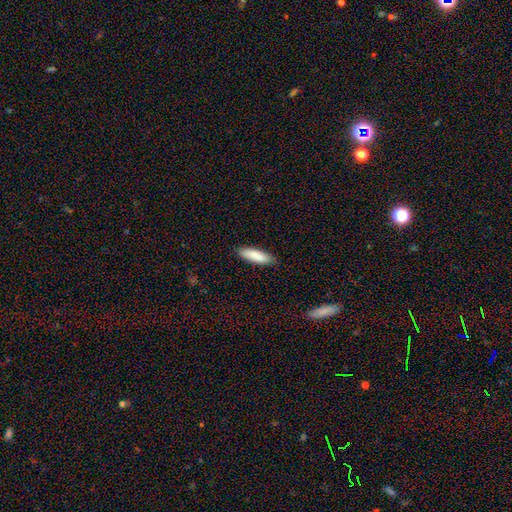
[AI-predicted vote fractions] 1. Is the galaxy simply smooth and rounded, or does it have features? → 88% smooth, 7% featured or disk, 5% star or artifact.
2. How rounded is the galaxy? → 53% cigar-shaped, 45% in between, 1% round.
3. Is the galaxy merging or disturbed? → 87% none, 10% minor disturbance, 2% major disturbance, 1% merger.